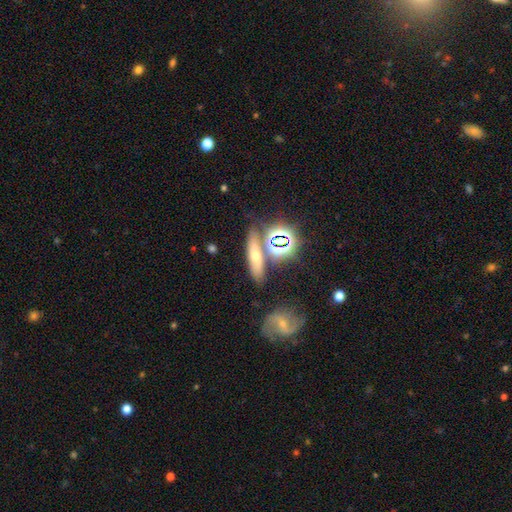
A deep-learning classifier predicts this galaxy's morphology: type=smooth (42%); merging=none (73%).